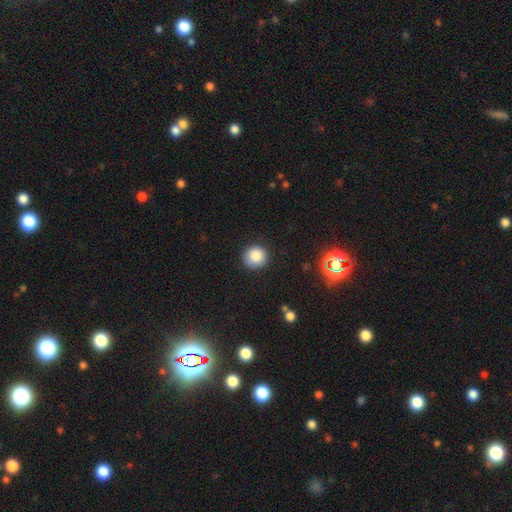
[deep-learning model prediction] A smooth galaxy with no disk features (85%) that is round (94%). Merging: none (87%).